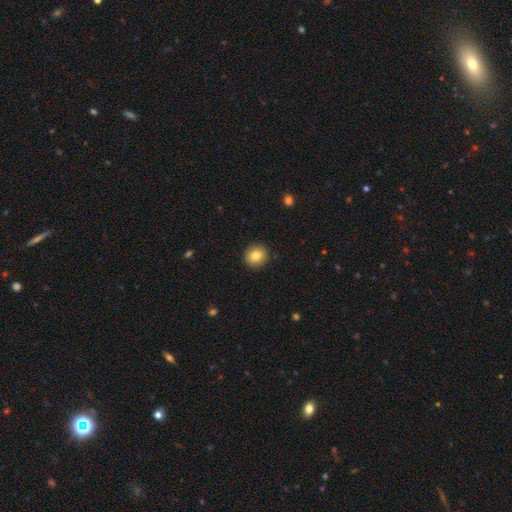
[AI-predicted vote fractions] Q: Smooth or featured?
A: smooth (82%); runner-up: star or artifact (9%)
Q: How rounded?
A: round (89%); runner-up: in between (10%)
Q: Merging?
A: none (92%); runner-up: minor disturbance (5%)